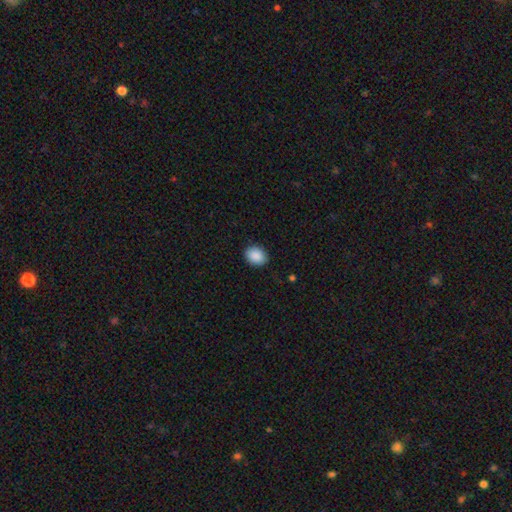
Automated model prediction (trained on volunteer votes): The model was most divided on "how rounded": round: 50%, in between: 49%, cigar-shaped: 1%. More confident: smooth or featured — smooth (90%); merging — none (89%).